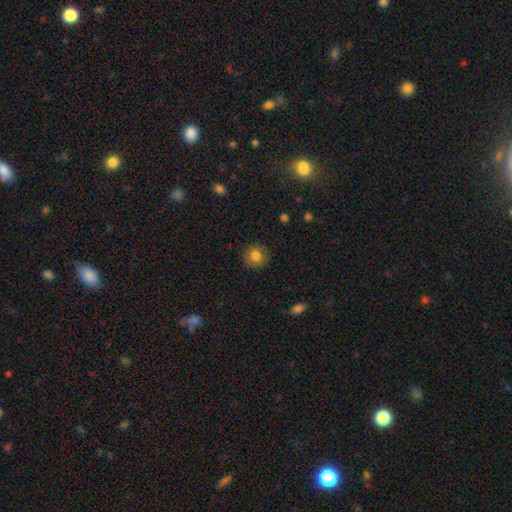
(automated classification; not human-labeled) Smooth or featured?
  - smooth: 81% *
  - star or artifact: 10%
  - featured or disk: 9%
How rounded?
  - round: 91% *
  - in between: 8%
  - cigar-shaped: 1%
Merging?
  - none: 90% *
  - minor disturbance: 7%
  - major disturbance: 2%
  - merger: 1%